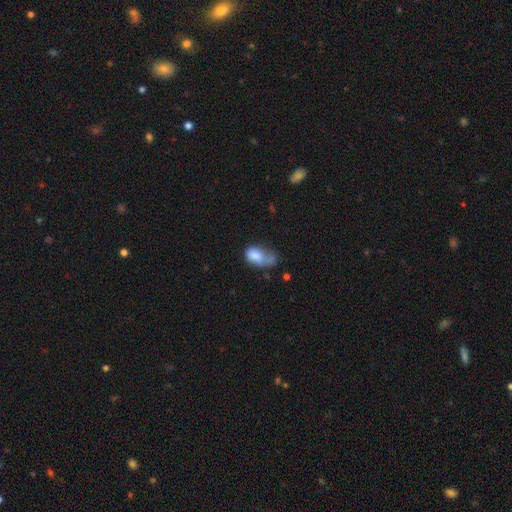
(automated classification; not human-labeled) Overall: smooth (74%). How rounded: in between (86%). Merging: major disturbance (34%; minor disturbance 27%).